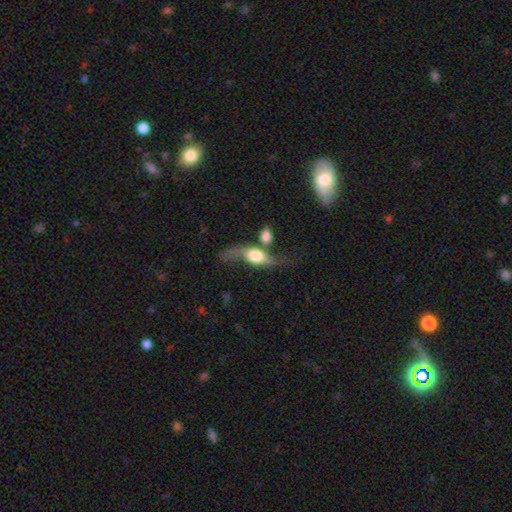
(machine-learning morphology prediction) Q: Smooth or featured?
A: smooth (48%); runner-up: featured or disk (44%)
Q: Merging?
A: merger (31%); runner-up: major disturbance (27%)